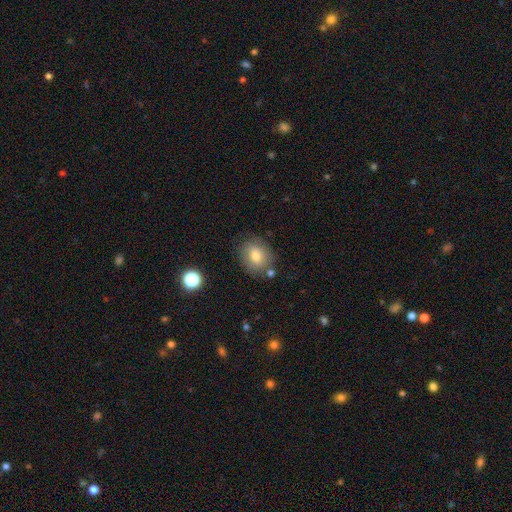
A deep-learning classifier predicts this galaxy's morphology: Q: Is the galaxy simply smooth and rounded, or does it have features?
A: smooth — 76%.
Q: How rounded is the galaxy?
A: round — 57%.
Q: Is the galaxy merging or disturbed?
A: none — 78%.